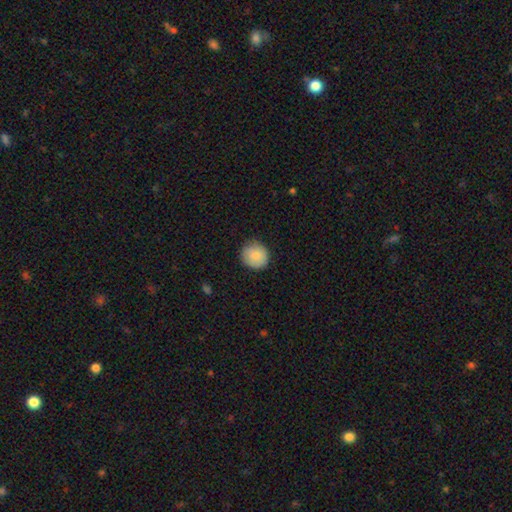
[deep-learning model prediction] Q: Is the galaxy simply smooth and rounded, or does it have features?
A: smooth — 87%.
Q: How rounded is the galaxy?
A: round — 89%.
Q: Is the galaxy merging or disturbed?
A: none — 83%.